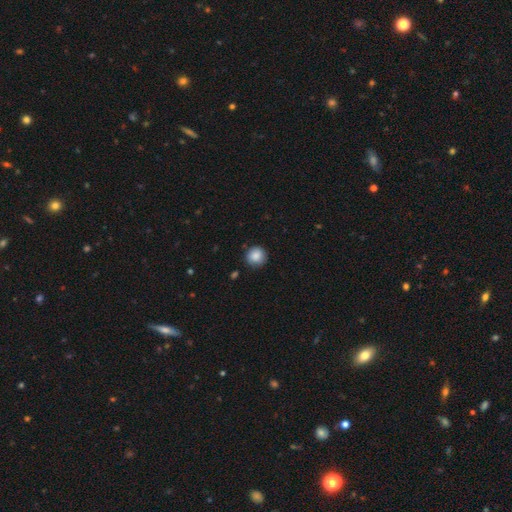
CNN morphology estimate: Smooth or featured? smooth (87%)
How rounded? round (92%)
Merging? none (85%)